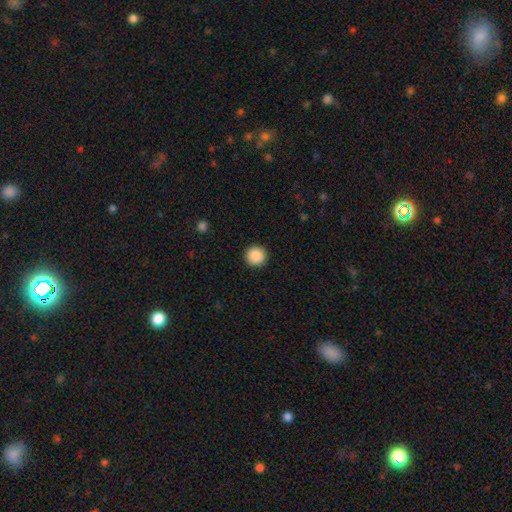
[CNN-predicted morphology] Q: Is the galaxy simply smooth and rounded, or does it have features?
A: smooth — 89%.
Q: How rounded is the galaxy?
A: round — 96%.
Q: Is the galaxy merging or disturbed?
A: none — 93%.